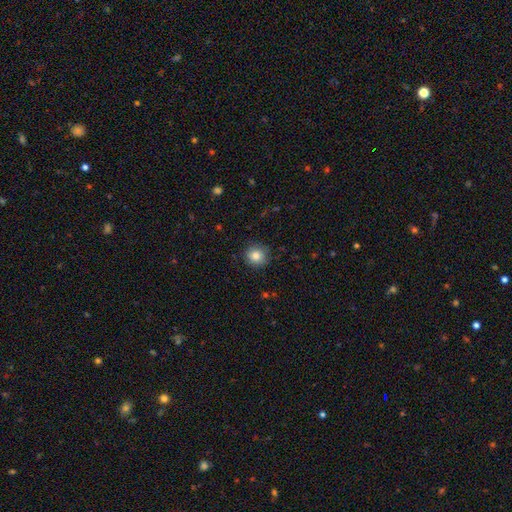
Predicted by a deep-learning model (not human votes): smooth-or-featured: smooth: 82% | star or artifact: 10% | featured or disk: 8%
  how-rounded: round: 91% | in between: 8% | cigar-shaped: 1%
  merging: none: 84% | minor disturbance: 12% | major disturbance: 3% | merger: 1%